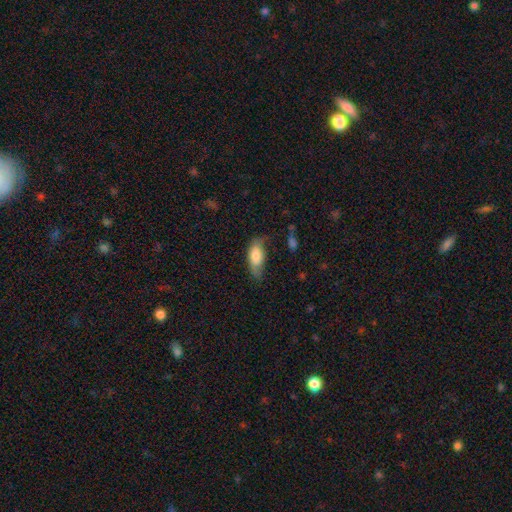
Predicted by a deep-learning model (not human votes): Smooth or featured: smooth — 75% (featured or disk — 18%)
How rounded: in between — 84% (cigar-shaped — 13%)
Merging: none — 44% (minor disturbance — 37%)